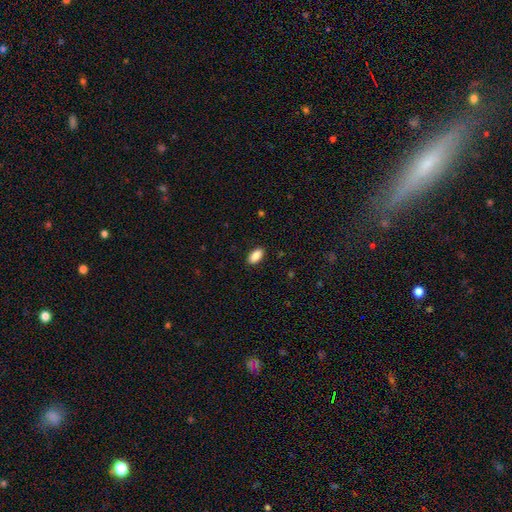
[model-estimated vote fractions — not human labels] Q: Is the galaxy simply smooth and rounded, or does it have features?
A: smooth — 89%.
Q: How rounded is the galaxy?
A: in between — 93%.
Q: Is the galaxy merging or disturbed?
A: none — 89%.